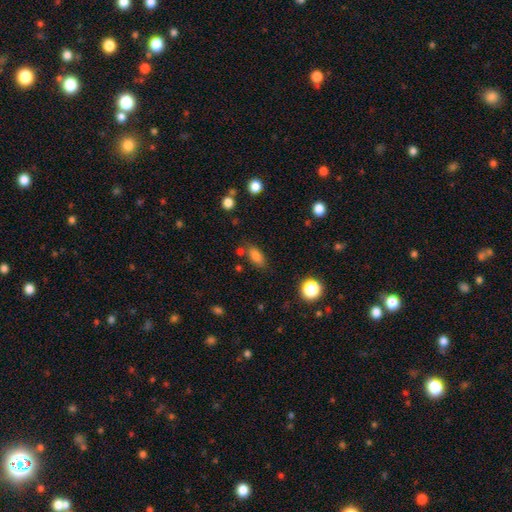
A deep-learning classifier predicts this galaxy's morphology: This appears to be a smooth galaxy with no disk features (80%) that is in between round and cigar-shaped (84%). Merging: none (72%).